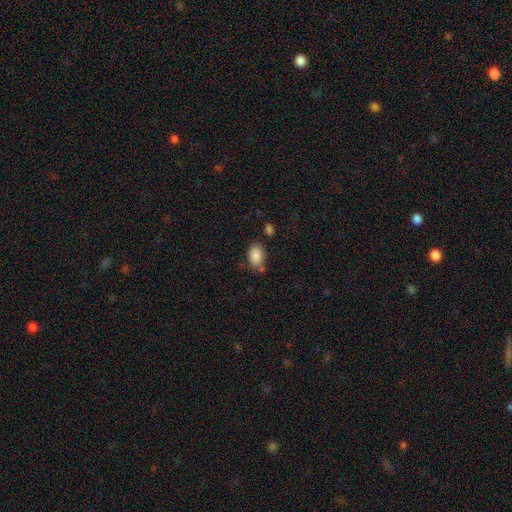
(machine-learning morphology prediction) smooth_or_featured: smooth (p=0.87) [alt: star or artifact p=0.08]
how_rounded: in between (p=0.88) [alt: round p=0.11]
merging: none (p=0.69) [alt: minor disturbance p=0.18]